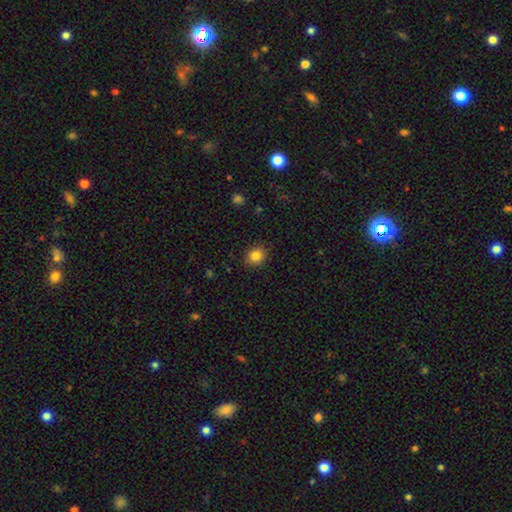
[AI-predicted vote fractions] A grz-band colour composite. It shows a smooth galaxy with no disk features (84%) that is round (67%). Merging: none (89%).